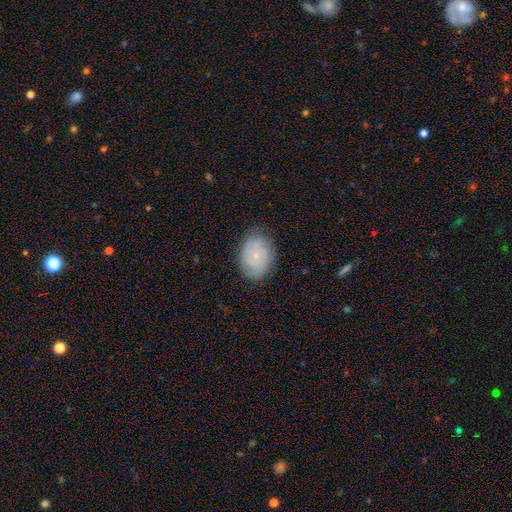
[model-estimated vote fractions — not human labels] Smooth or featured?
  - featured or disk: 47% *
  - smooth: 44%
  - star or artifact: 9%
Merging?
  - none: 78% *
  - minor disturbance: 16%
  - major disturbance: 4%
  - merger: 1%